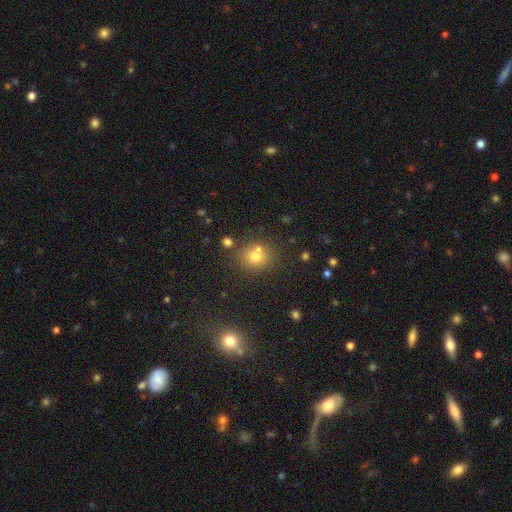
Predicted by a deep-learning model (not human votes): Smooth or featured: smooth — 68% (star or artifact — 19%)
How rounded: round — 77% (in between — 22%)
Merging: none — 63% (merger — 24%)